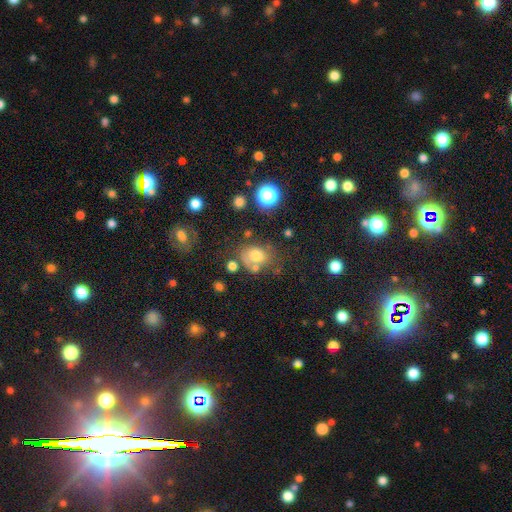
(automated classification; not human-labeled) smooth-or-featured: smooth: 64% | featured or disk: 21% | star or artifact: 15%
  how-rounded: in between: 52% | round: 47% | cigar-shaped: 1%
  merging: none: 46% | minor disturbance: 21% | merger: 18% | major disturbance: 15%